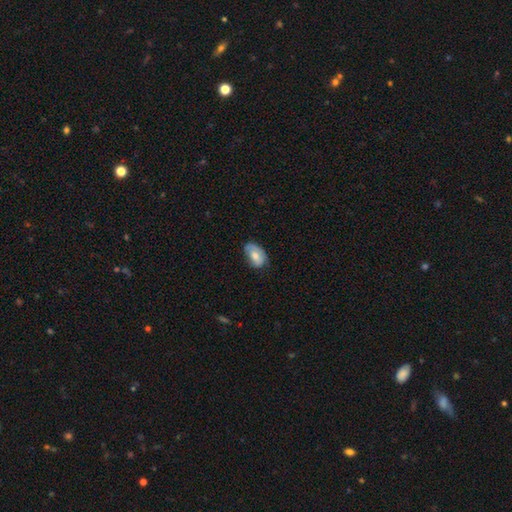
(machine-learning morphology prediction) This is likely a smooth galaxy (68%). How rounded: clearly in between (89%). Merging: marginally none (44%).